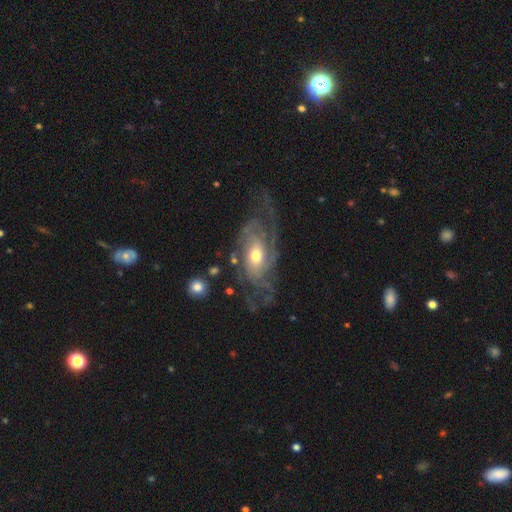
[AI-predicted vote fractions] Smooth or featured? Predicted: featured or disk (p=0.85). Edge-on disk? Predicted: no (p=0.95). Bar? Predicted: no (p=0.70). Spiral arms? Predicted: yes (p=0.92). Spiral winding? Predicted: tight (p=0.42). Spiral arm count? Predicted: can't tell (p=0.32). Bulge size? Predicted: moderate (p=0.67). Merging? Predicted: none (p=0.52).